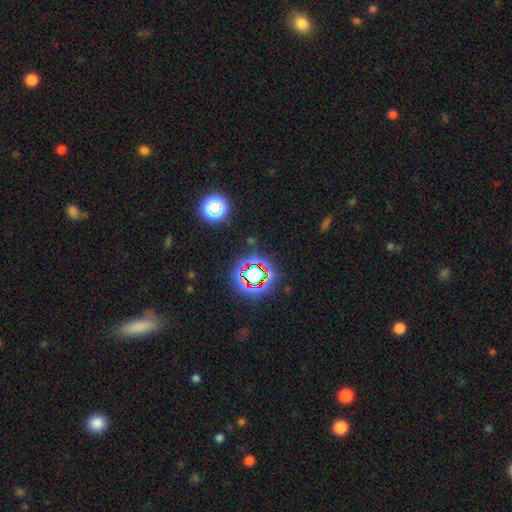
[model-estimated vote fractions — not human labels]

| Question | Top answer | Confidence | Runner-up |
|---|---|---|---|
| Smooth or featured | star or artifact | 67% | smooth (20%) |